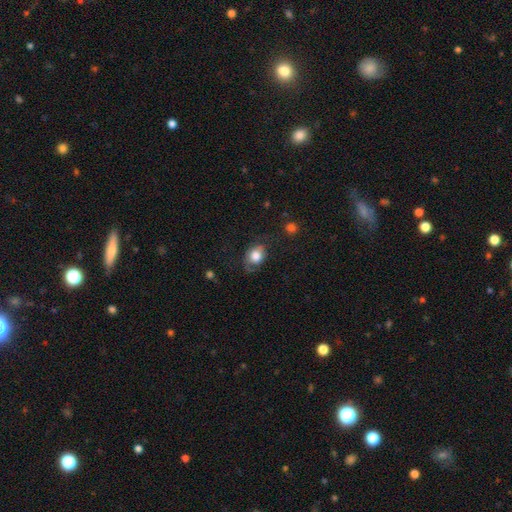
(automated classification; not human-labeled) smooth 74%, featured or disk 17%, star or artifact 8%. Down the decision tree: how rounded — in between (64%); merging — none (57%).